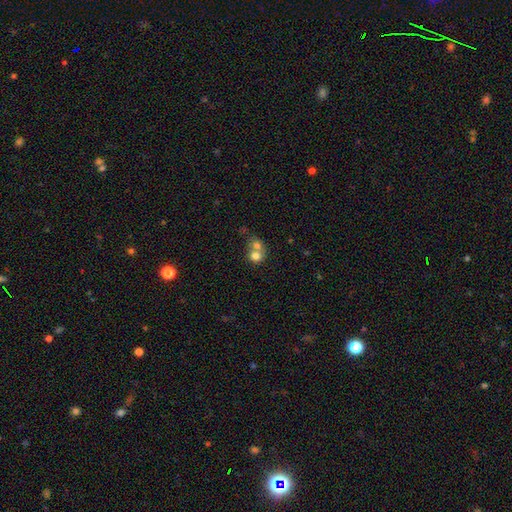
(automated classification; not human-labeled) Smooth or featured?
  - smooth: 71% *
  - featured or disk: 19%
  - star or artifact: 10%
How rounded?
  - round: 70% *
  - in between: 29%
  - cigar-shaped: 1%
Merging?
  - merger: 67% *
  - none: 23%
  - minor disturbance: 6%
  - major disturbance: 4%